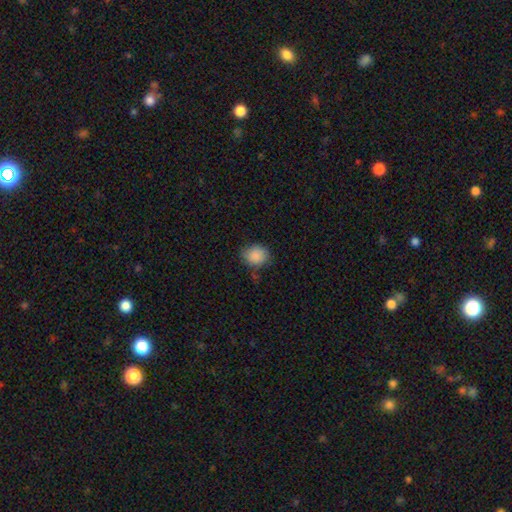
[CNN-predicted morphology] smooth-or-featured: smooth: 88% | star or artifact: 8% | featured or disk: 4%
  how-rounded: round: 63% | in between: 36% | cigar-shaped: 1%
  merging: none: 75% | minor disturbance: 19% | major disturbance: 4% | merger: 2%